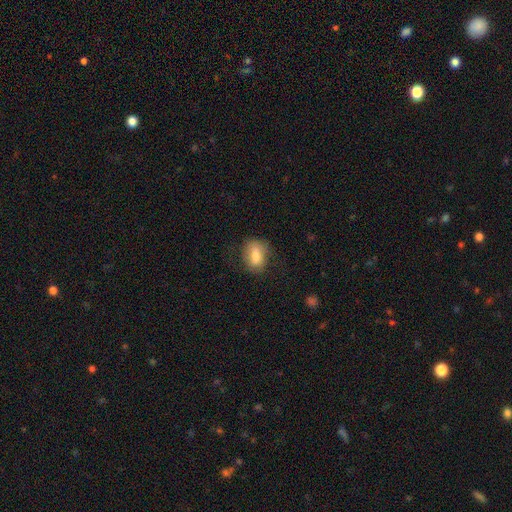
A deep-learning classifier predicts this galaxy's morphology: This appears to be a smooth galaxy with no disk features (75%) that is in between round and cigar-shaped (78%). Merging: none (72%).